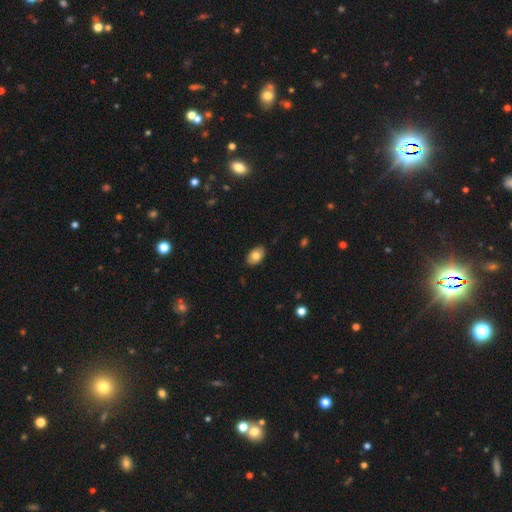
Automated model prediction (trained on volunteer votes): smooth 81%, featured or disk 12%, star or artifact 7%. Down the decision tree: how rounded — in between (91%); merging — none (88%).